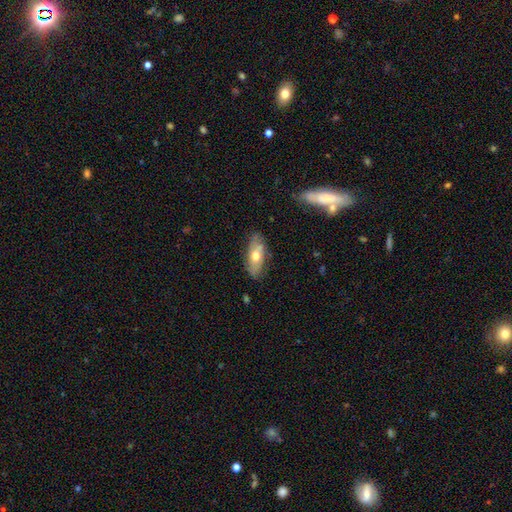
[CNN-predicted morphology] A smooth galaxy with no disk features (51%) that is in between round and cigar-shaped (83%). Merging: none (74%).